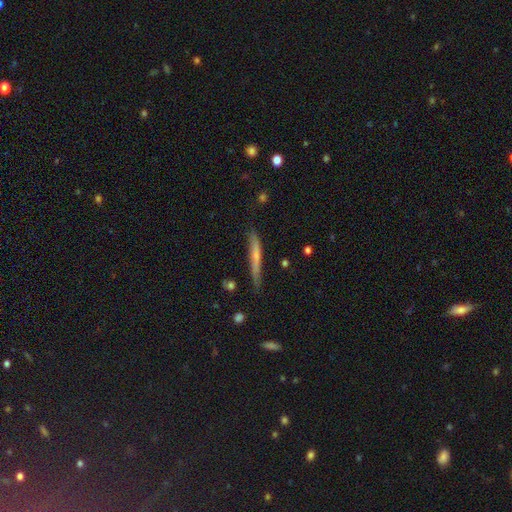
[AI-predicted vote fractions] Q: Smooth or featured?
A: smooth (52%); runner-up: featured or disk (42%)
Q: How rounded?
A: cigar-shaped (95%); runner-up: in between (3%)
Q: Merging?
A: none (76%); runner-up: minor disturbance (18%)